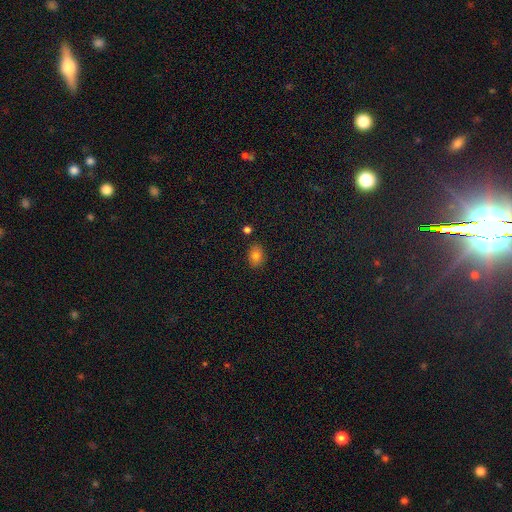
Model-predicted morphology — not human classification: Smooth or featured? smooth (81%)
How rounded? in between (71%)
Merging? none (84%)